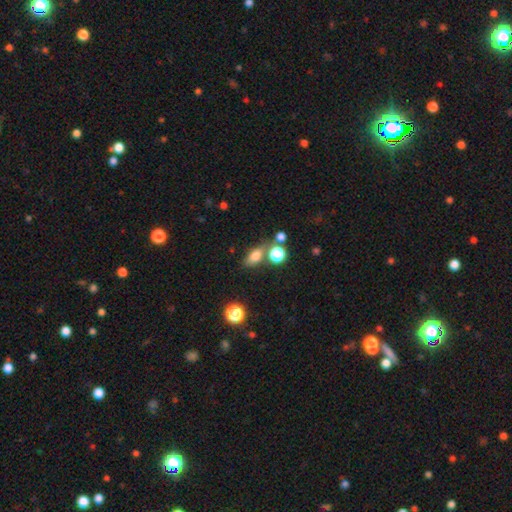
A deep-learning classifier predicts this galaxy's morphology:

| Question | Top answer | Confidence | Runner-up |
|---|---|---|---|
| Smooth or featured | smooth | 73% | star or artifact (14%) |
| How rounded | in between | 71% | round (20%) |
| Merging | none | 65% | merger (16%) |